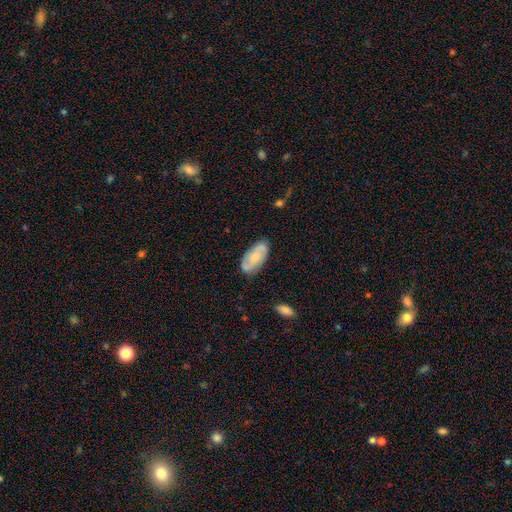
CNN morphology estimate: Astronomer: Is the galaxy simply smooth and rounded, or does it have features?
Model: featured or disk — 50% (runner-up: smooth, 43%).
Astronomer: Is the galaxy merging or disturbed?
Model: none — 77%.